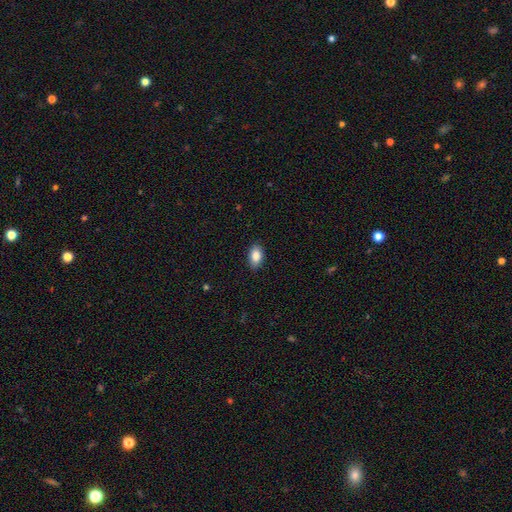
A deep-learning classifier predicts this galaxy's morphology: smooth 87%, star or artifact 7%, featured or disk 6%. Down the decision tree: how rounded — in between (90%); merging — none (87%).